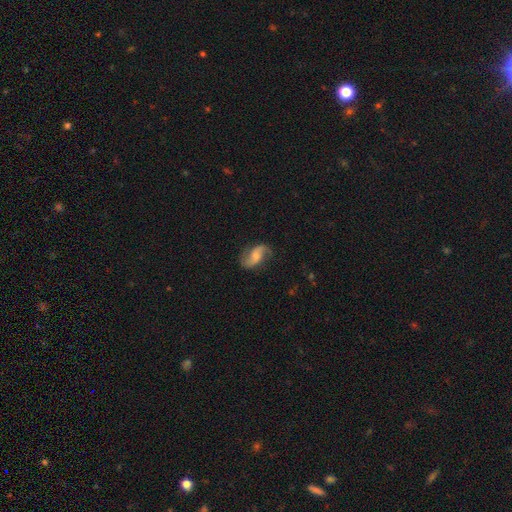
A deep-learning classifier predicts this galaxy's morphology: Overall: featured or disk (81%). Edge-on disk: no (97%). Bar: no (48%; weak 40%). Spiral arms: yes (96%). Spiral arm count: 2 (92%). Spiral winding: loose (65%; medium 27%). Bulge size: moderate (45%; small 40%). Merging: none (78%).